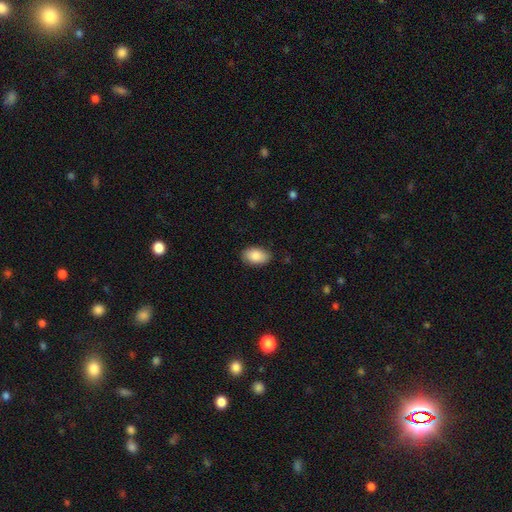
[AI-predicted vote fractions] A smooth galaxy with no disk features (88%) that is in between round and cigar-shaped (92%). Merging: none (84%).